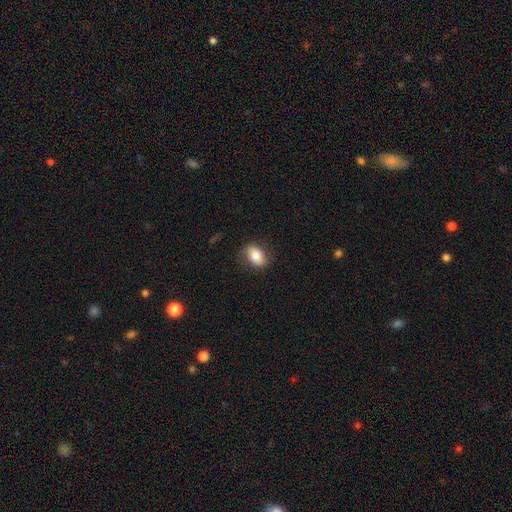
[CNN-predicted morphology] smooth 75%, featured or disk 17%, star or artifact 7%. Down the decision tree: how rounded — in between (82%); merging — none (78%).